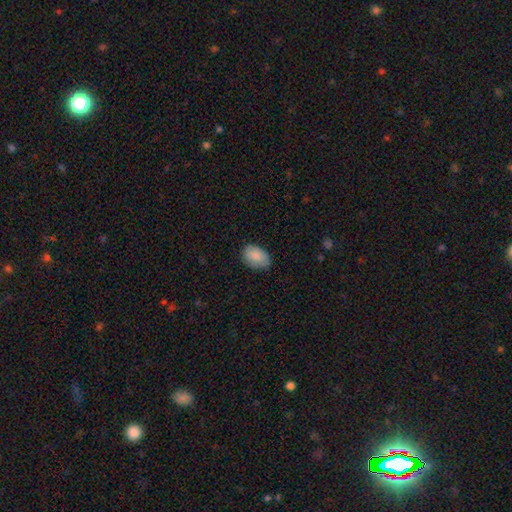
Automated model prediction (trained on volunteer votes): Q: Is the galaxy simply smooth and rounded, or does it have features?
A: smooth — 86%.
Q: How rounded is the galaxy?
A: in between — 84%.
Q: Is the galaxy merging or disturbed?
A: none — 76%.